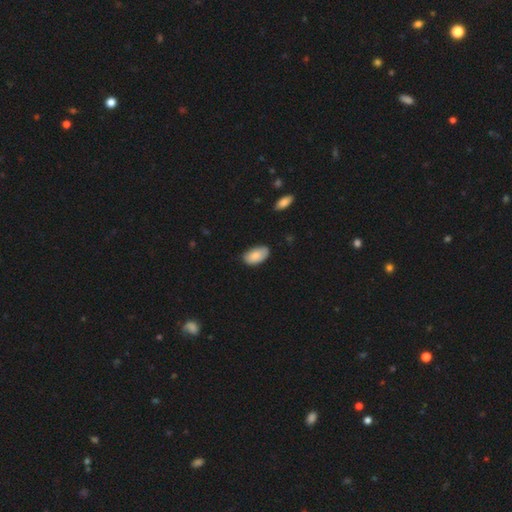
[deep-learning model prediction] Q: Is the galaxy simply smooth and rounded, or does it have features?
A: smooth — 84%.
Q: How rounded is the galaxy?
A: in between — 95%.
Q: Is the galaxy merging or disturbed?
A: none — 76%.